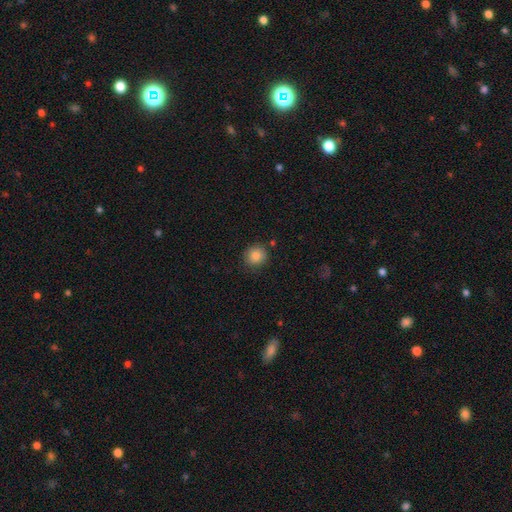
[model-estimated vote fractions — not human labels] A smooth galaxy with no disk features (85%) that is round (87%).

Vote fractions:
- Smooth or featured? smooth: 85% / star or artifact: 10% / featured or disk: 5%
- How rounded? round: 87% / in between: 12% / cigar-shaped: 1%
- Merging? none: 86% / minor disturbance: 9% / merger: 3% / major disturbance: 2%